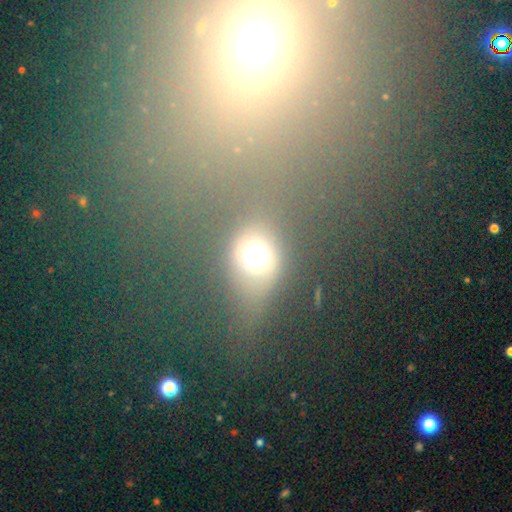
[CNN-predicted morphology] The model was most divided on "how rounded": round: 55%, in between: 42%, cigar-shaped: 3%. More confident: merging — none (64%); smooth or featured — smooth (62%).